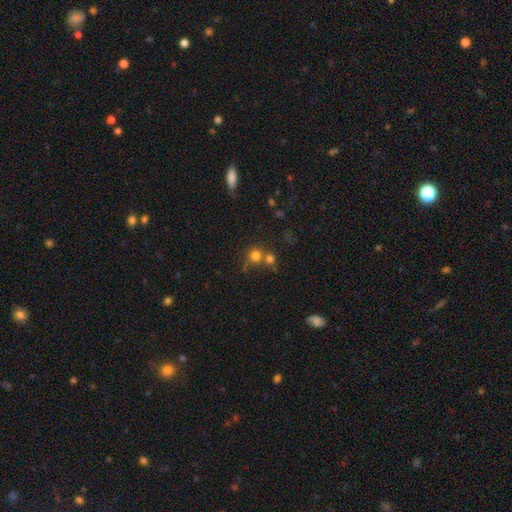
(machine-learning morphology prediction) Smooth or featured?
  - smooth: 75% *
  - star or artifact: 16%
  - featured or disk: 10%
How rounded?
  - round: 89% *
  - in between: 10%
  - cigar-shaped: 1%
Merging?
  - none: 51% *
  - merger: 36%
  - minor disturbance: 8%
  - major disturbance: 4%